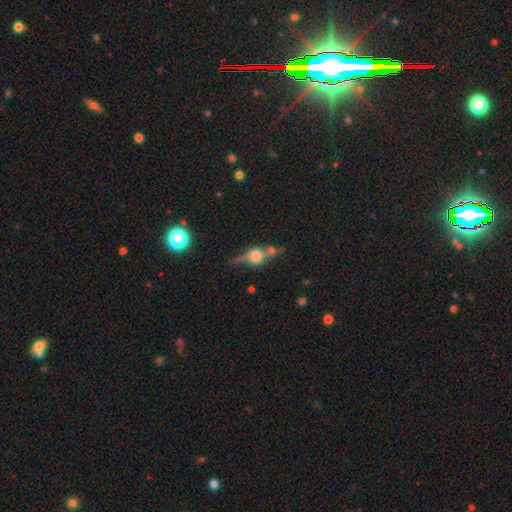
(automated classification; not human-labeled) Smooth or featured: featured or disk — 63% (smooth — 25%)
Edge-on disk: yes — 89% (no — 11%)
Edge-on bulge: rounded — 91% (boxy — 7%)
Merging: none — 60% (merger — 17%)